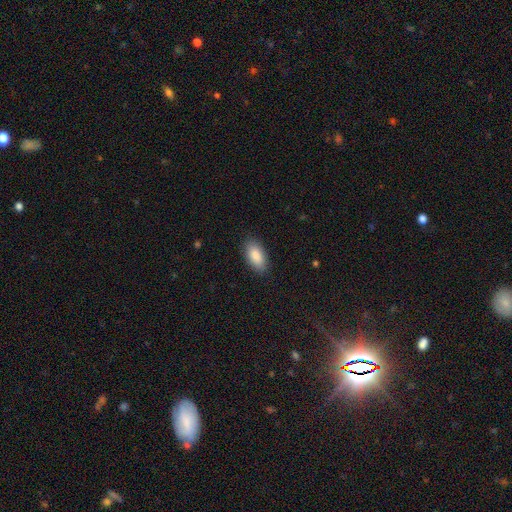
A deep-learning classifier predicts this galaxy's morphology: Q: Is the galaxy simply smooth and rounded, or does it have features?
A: smooth — 89%.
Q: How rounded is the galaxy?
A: in between — 92%.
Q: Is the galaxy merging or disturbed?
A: none — 87%.